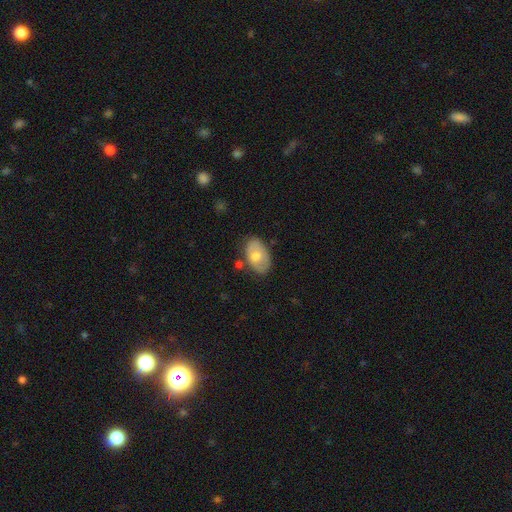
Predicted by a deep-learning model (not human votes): A smooth galaxy with no disk features (64%) that is in between round and cigar-shaped (91%). Merging: none (74%).